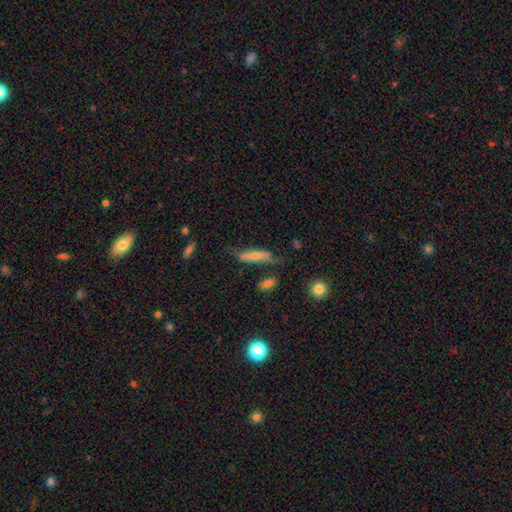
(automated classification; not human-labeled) Smooth or featured?
  - smooth: 60% *
  - featured or disk: 32%
  - star or artifact: 7%
How rounded?
  - cigar-shaped: 77% *
  - in between: 21%
  - round: 2%
Merging?
  - none: 55% *
  - minor disturbance: 27%
  - major disturbance: 12%
  - merger: 6%